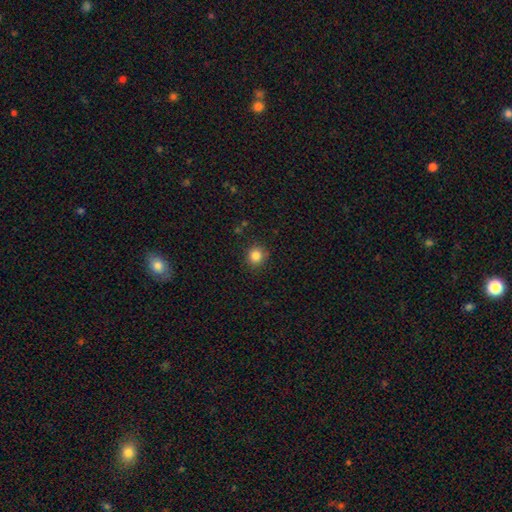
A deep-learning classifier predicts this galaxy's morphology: Smooth or featured?
  - smooth: 85% *
  - star or artifact: 11%
  - featured or disk: 4%
How rounded?
  - round: 91% *
  - in between: 9%
  - cigar-shaped: 1%
Merging?
  - none: 88% *
  - minor disturbance: 8%
  - major disturbance: 3%
  - merger: 1%